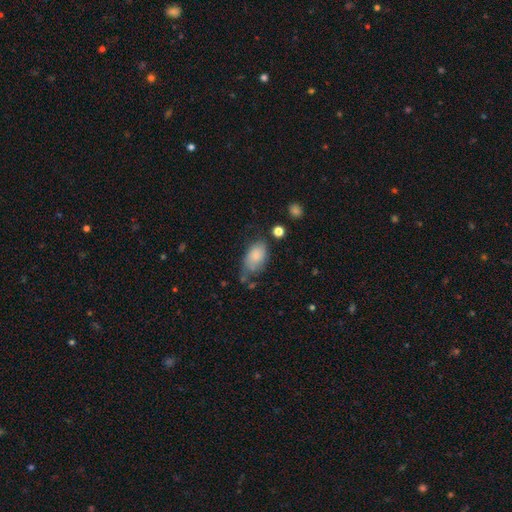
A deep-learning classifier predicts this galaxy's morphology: smooth-or-featured: smooth: 80% | featured or disk: 13% | star or artifact: 7%
  how-rounded: in between: 91% | round: 7% | cigar-shaped: 2%
  merging: none: 48% | minor disturbance: 33% | major disturbance: 13% | merger: 6%